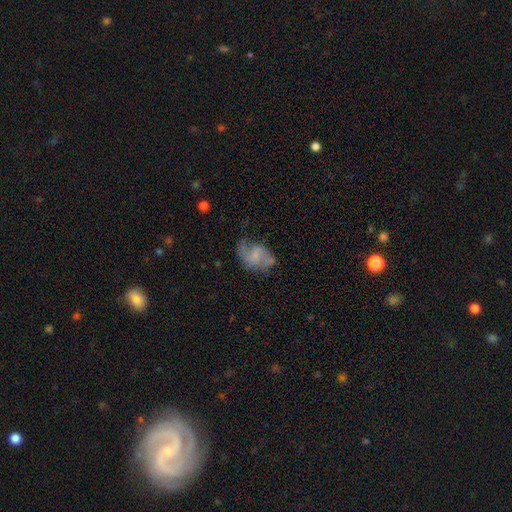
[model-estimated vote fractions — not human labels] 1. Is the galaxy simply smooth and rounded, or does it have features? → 73% featured or disk, 20% smooth, 7% star or artifact.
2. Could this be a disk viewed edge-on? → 98% no, 2% yes.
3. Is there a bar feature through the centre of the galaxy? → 48% weak, 40% no, 11% strong.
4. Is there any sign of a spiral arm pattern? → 91% yes, 9% no.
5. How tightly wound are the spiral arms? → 45% loose, 43% medium, 12% tight.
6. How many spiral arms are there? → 81% 2, 8% 1, 7% can't tell, 2% 3, 1% 4, 1% more than 4.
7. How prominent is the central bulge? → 46% small, 33% none, 17% moderate, 2% large, 1% dominant.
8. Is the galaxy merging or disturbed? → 56% none, 25% minor disturbance, 16% major disturbance, 3% merger.